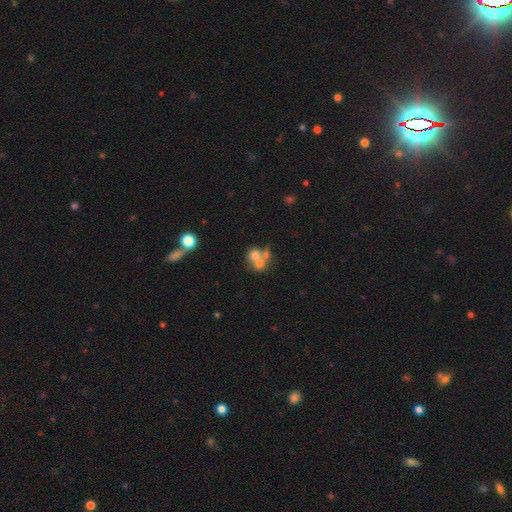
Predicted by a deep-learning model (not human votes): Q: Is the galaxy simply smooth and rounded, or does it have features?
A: smooth — 61%.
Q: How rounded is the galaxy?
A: round — 69%.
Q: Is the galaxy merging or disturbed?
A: merger — 61%.